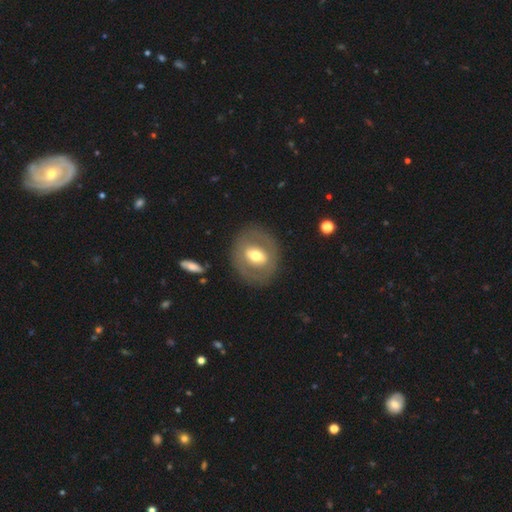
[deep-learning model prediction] featured or disk 54%, smooth 40%, star or artifact 6%. Down the decision tree: edge-on disk — no (92%); merging — none (82%).